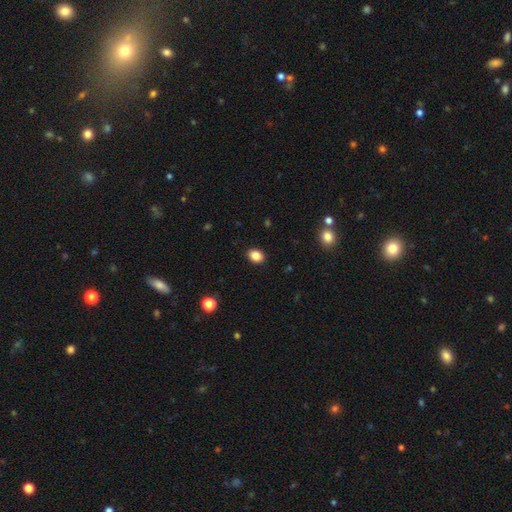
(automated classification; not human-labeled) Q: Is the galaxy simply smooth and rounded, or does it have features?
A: smooth — 86%.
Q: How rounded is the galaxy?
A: in between — 68%.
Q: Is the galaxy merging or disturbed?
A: none — 90%.